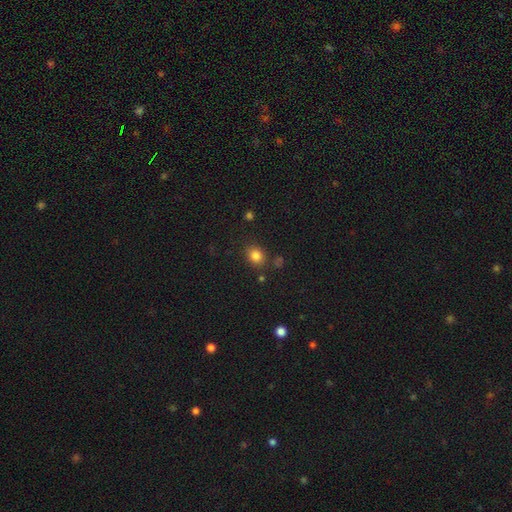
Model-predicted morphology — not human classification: A smooth galaxy with no disk features (82%) that is round (57%). Merging: none (82%).